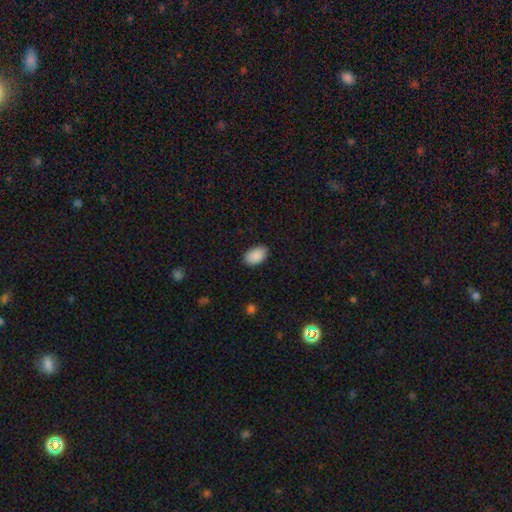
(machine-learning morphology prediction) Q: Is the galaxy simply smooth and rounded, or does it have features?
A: smooth — 91%.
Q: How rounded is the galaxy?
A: in between — 92%.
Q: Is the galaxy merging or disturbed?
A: none — 88%.